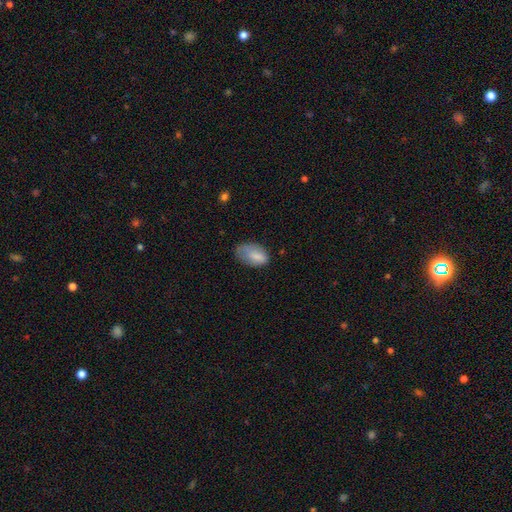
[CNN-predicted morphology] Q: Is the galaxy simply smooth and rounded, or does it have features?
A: smooth — 80%.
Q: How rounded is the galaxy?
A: in between — 91%.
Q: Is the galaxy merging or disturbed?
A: none — 47%.